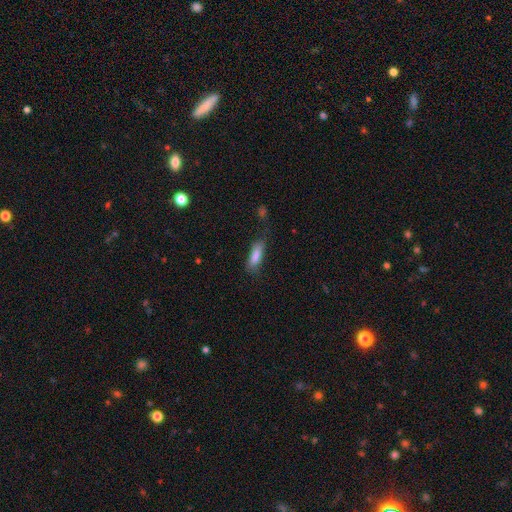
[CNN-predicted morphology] Smooth or featured? smooth (82%)
How rounded? in between (54%)
Merging? none (67%)